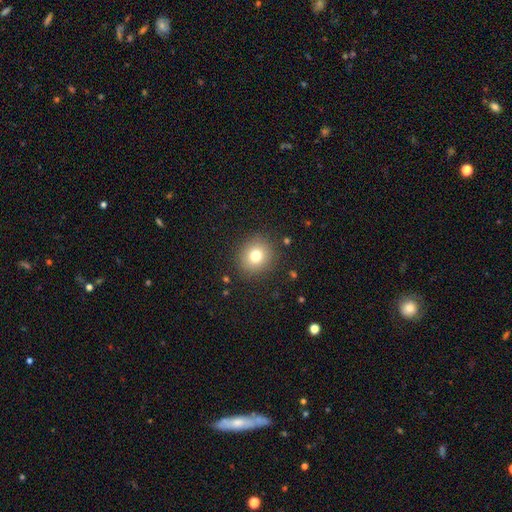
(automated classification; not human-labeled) Overall: smooth (77%). How rounded: round (81%). Merging: none (88%).